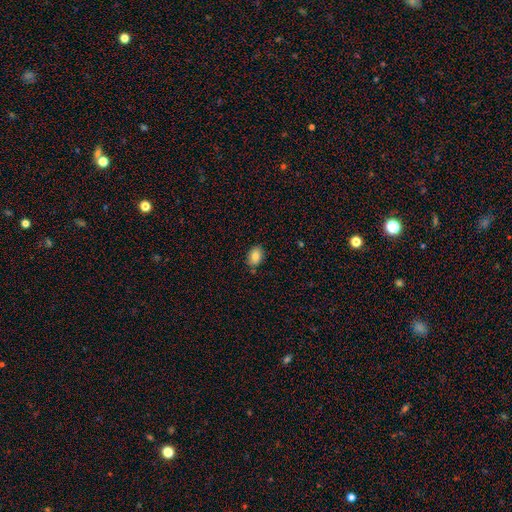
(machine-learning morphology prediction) Smooth or featured? smooth (85%)
How rounded? in between (80%)
Merging? none (80%)